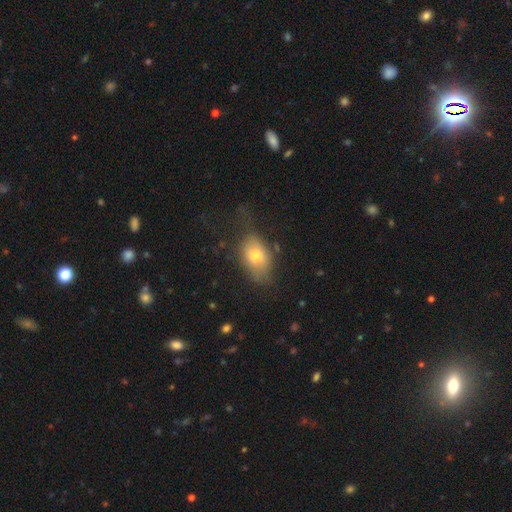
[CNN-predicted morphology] Smooth or featured: smooth — 71% (featured or disk — 19%)
How rounded: in between — 81% (round — 17%)
Merging: none — 51% (minor disturbance — 28%)